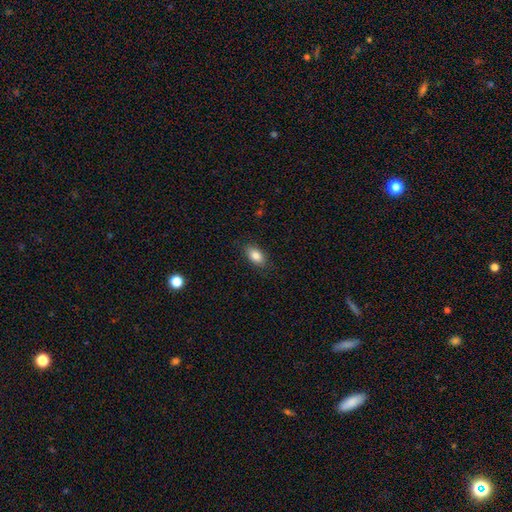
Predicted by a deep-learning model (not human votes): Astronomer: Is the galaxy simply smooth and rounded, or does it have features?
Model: smooth — 84%.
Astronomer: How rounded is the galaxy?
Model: in between — 90%.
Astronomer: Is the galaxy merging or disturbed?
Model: none — 86%.